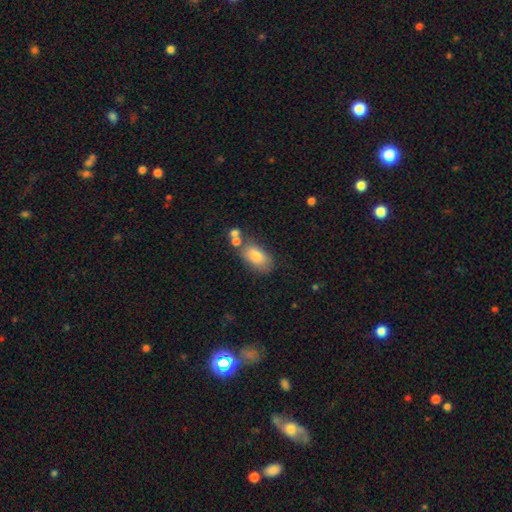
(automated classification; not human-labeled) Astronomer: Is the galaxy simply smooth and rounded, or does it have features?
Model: smooth — 80%.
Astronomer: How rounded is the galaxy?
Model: in between — 90%.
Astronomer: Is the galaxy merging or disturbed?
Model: none — 59%.